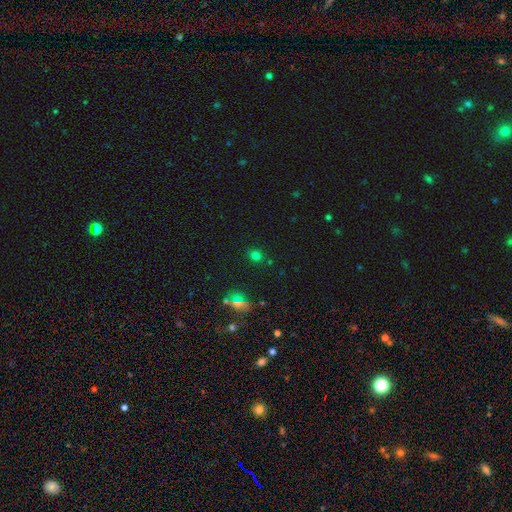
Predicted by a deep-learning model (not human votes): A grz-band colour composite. It shows a smooth galaxy with no disk features (69%) that is round (78%). Merging: none (83%).